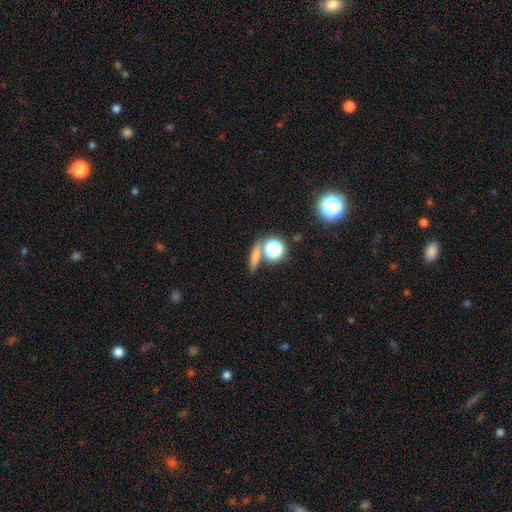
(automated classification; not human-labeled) Q: Smooth or featured?
A: smooth (62%); runner-up: star or artifact (23%)
Q: How rounded?
A: cigar-shaped (43%); runner-up: round (32%)
Q: Merging?
A: none (71%); runner-up: merger (15%)